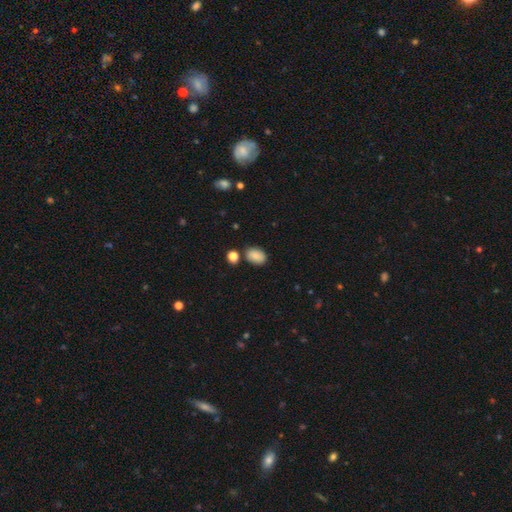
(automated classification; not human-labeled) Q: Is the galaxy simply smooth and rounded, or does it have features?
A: smooth — 86%.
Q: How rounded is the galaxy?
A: in between — 79%.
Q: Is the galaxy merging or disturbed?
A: none — 77%.